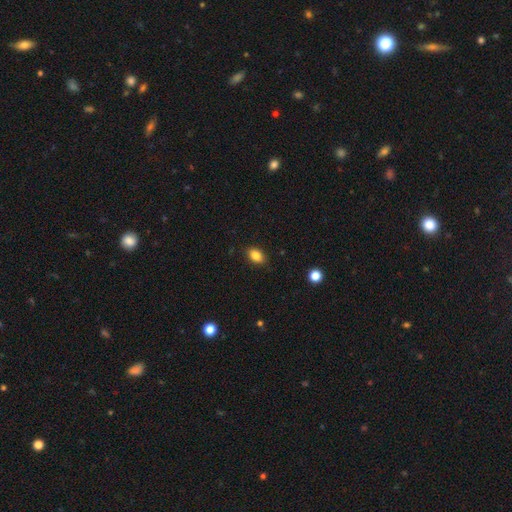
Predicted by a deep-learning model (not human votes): Smooth or featured?
  - smooth: 85% *
  - star or artifact: 10%
  - featured or disk: 6%
How rounded?
  - in between: 84% *
  - round: 14%
  - cigar-shaped: 2%
Merging?
  - none: 86% *
  - minor disturbance: 10%
  - major disturbance: 2%
  - merger: 1%